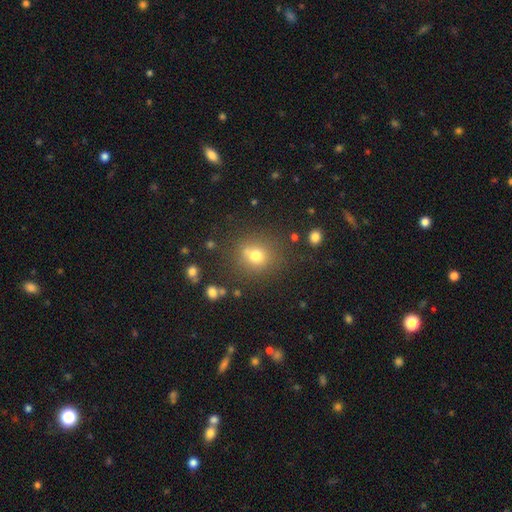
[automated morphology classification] Q: Smooth or featured?
A: smooth (72%); runner-up: star or artifact (17%)
Q: How rounded?
A: round (82%); runner-up: in between (16%)
Q: Merging?
A: none (74%); runner-up: minor disturbance (12%)